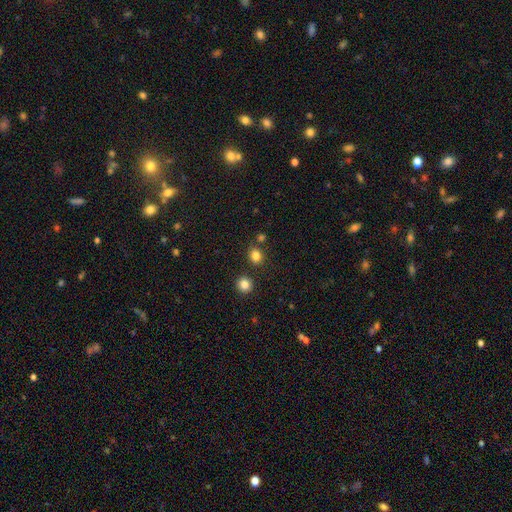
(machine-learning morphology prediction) type=smooth (82%); roundness=round (61%); merging=none (80%).